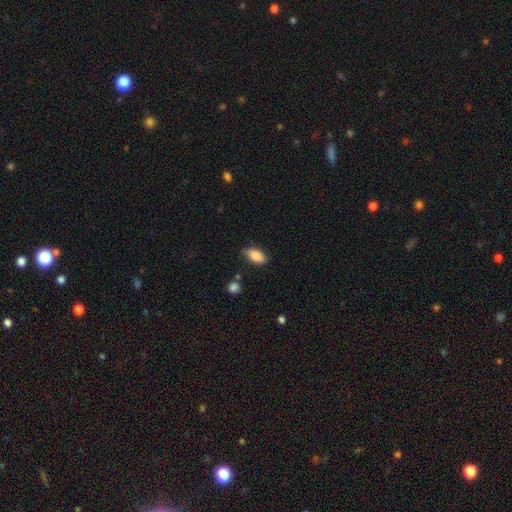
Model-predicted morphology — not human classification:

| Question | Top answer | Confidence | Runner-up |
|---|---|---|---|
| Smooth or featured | smooth | 84% | featured or disk (9%) |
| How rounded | in between | 90% | cigar-shaped (5%) |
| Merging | none | 76% | minor disturbance (18%) |